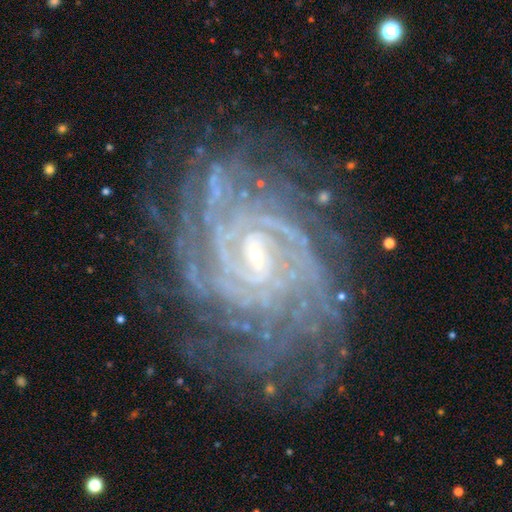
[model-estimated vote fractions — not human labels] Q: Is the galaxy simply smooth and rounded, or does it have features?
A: featured or disk — 91%.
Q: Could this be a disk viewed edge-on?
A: no — 97%.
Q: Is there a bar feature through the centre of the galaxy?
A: weak — 48%.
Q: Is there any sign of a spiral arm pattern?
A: yes — 98%.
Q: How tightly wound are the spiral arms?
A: tight — 79%.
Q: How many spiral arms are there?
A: more than 4 — 26%.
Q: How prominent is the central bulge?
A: small — 77%.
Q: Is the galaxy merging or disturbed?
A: none — 75%.